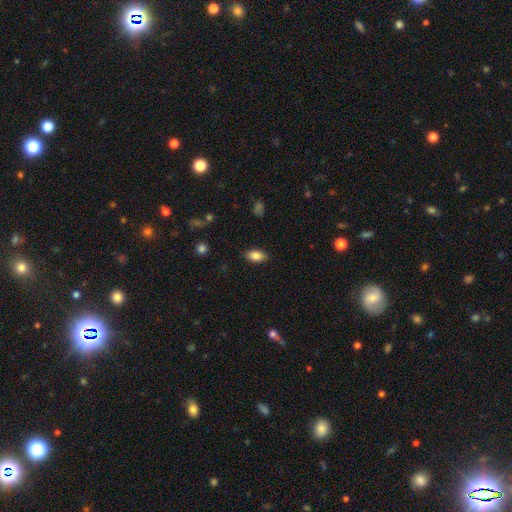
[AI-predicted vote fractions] A smooth galaxy with no disk features (85%) that is in between round and cigar-shaped (92%).

Vote fractions:
- Smooth or featured? smooth: 85% / star or artifact: 8% / featured or disk: 7%
- How rounded? in between: 92% / round: 5% / cigar-shaped: 4%
- Merging? none: 87% / minor disturbance: 10% / major disturbance: 2% / merger: 1%